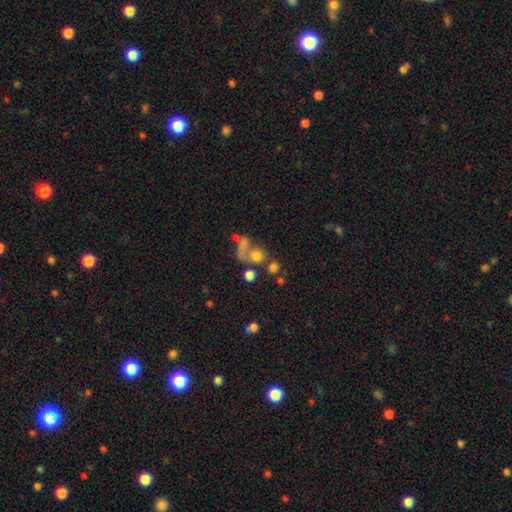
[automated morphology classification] Smooth or featured: smooth — 58% (featured or disk — 22%)
How rounded: round — 71% (in between — 26%)
Merging: merger — 37% (none — 34%)